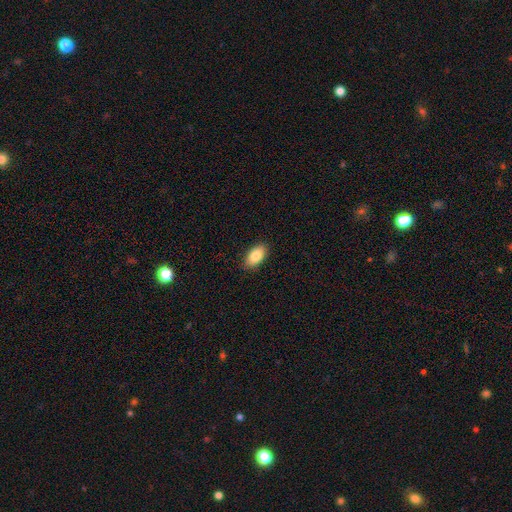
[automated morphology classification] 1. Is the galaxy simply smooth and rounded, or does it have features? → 85% smooth, 8% featured or disk, 7% star or artifact.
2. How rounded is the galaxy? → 94% in between, 3% round, 3% cigar-shaped.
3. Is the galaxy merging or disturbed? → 89% none, 8% minor disturbance, 2% major disturbance, 1% merger.